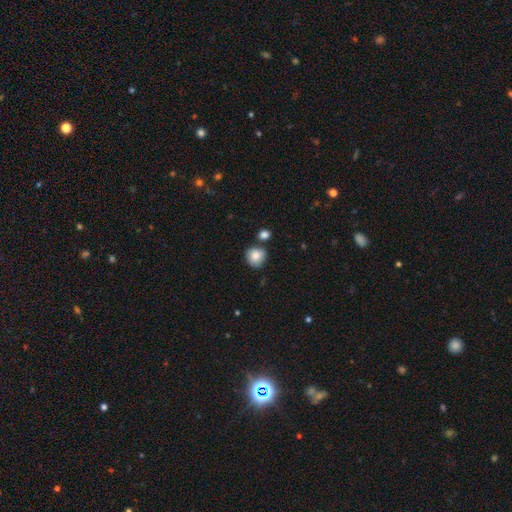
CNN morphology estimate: This appears to be a smooth galaxy with no disk features (82%) that is round (88%). Merging: none (71%).